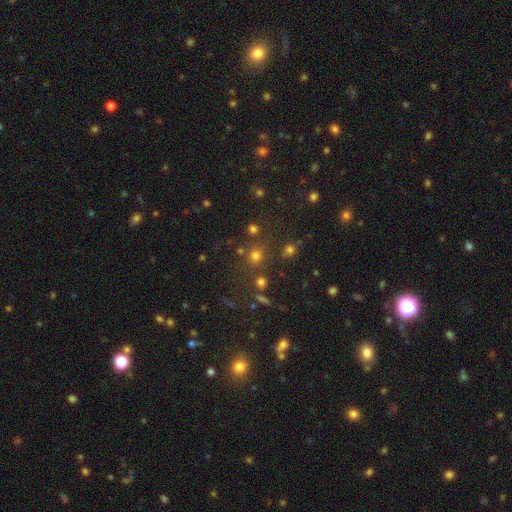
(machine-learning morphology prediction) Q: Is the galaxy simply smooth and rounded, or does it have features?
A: smooth — 55%.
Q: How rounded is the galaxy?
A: round — 91%.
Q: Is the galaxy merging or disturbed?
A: none — 81%.